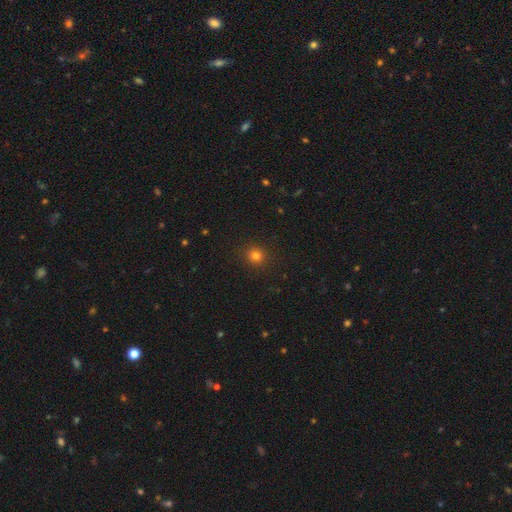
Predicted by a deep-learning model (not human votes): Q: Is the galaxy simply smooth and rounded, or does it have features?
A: smooth — 80%.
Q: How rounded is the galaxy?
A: round — 91%.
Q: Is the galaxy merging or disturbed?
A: none — 92%.